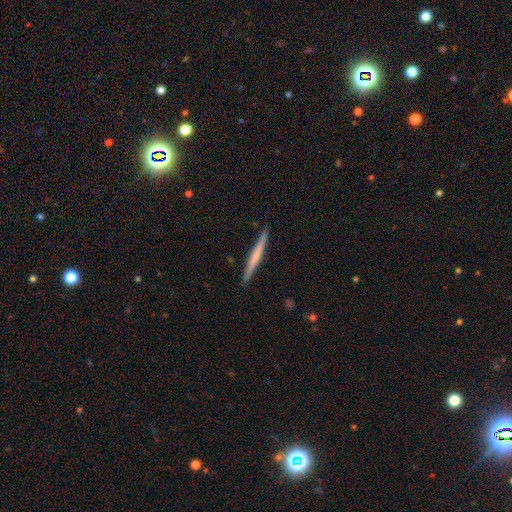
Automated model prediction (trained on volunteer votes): Smooth or featured? Predicted: smooth (p=0.49). Merging? Predicted: none (p=0.92).